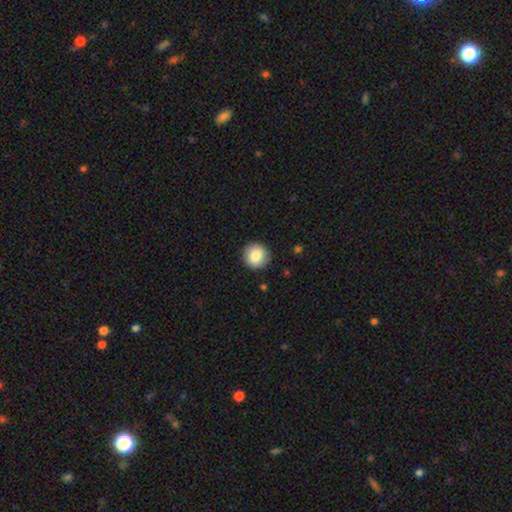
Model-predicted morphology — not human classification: smooth 87%, star or artifact 8%, featured or disk 5%. Down the decision tree: how rounded — round (94%); merging — none (91%).